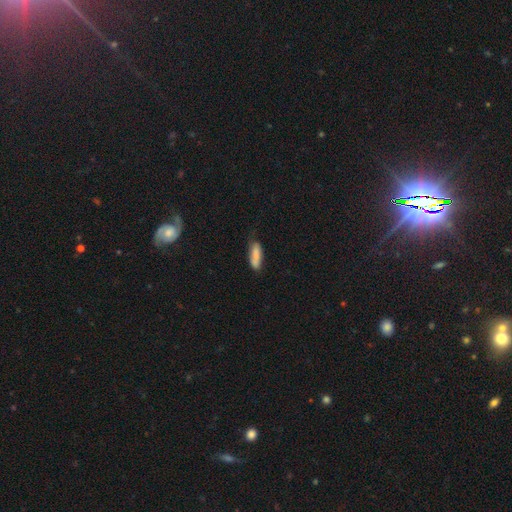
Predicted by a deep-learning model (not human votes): A smooth galaxy with no disk features (82%) that is in between round and cigar-shaped (51%).

Vote fractions:
- Smooth or featured? smooth: 82% / featured or disk: 11% / star or artifact: 7%
- How rounded? in between: 51% / cigar-shaped: 47% / round: 2%
- Merging? none: 61% / minor disturbance: 29% / major disturbance: 6% / merger: 4%